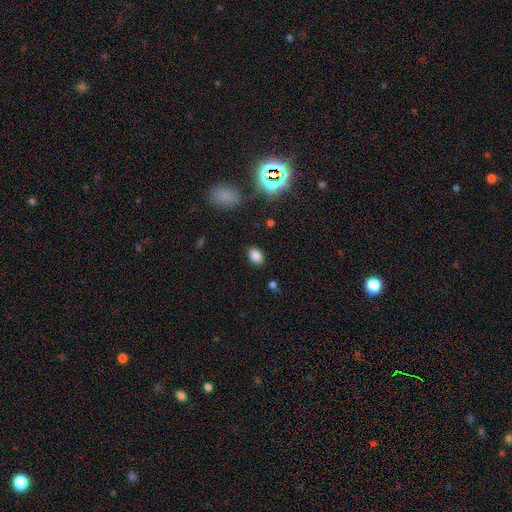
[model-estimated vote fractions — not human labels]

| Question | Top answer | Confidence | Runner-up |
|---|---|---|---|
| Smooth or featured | smooth | 83% | star or artifact (12%) |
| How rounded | in between | 74% | round (25%) |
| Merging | none | 86% | minor disturbance (9%) |